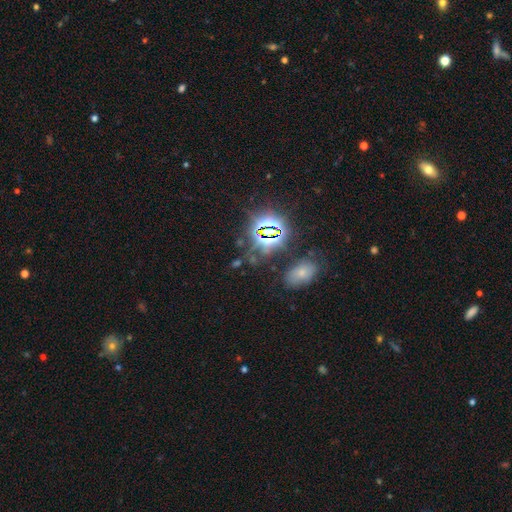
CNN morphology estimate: A star or artifact, not a galaxy (74%).

Vote fractions:
- Smooth or featured? star or artifact: 74% / smooth: 16% / featured or disk: 11%